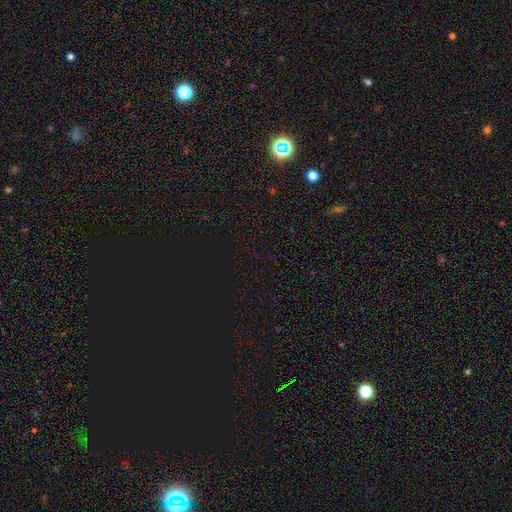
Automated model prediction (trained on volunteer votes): This appears to be a star or artifact, not a galaxy (76%).